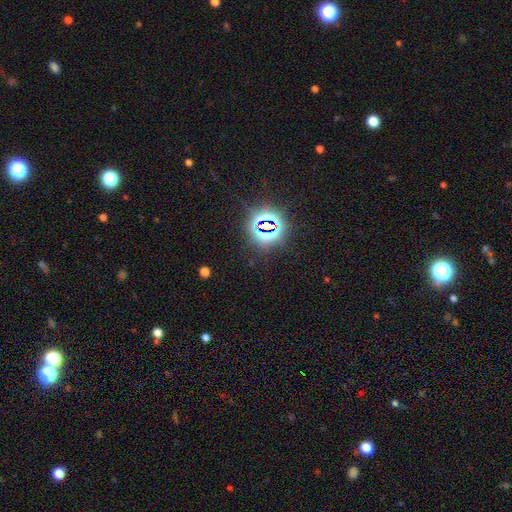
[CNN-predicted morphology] The model was most divided on "smooth or featured": star or artifact: 82%, smooth: 11%, featured or disk: 7%.